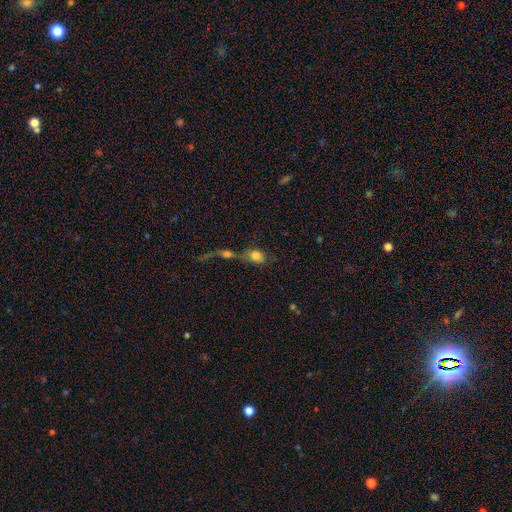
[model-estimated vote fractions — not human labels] A smooth galaxy with no disk features (73%) that is in between round and cigar-shaped (61%).

Vote fractions:
- Smooth or featured? smooth: 73% / featured or disk: 16% / star or artifact: 11%
- How rounded? in between: 61% / round: 36% / cigar-shaped: 4%
- Merging? merger: 65% / none: 18% / major disturbance: 9% / minor disturbance: 8%